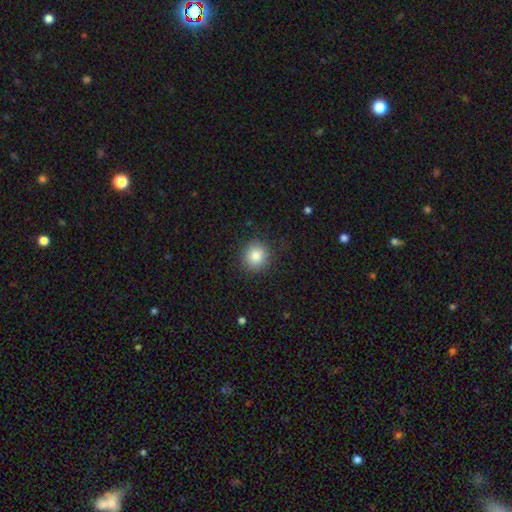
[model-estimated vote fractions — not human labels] Q: Smooth or featured?
A: smooth (85%); runner-up: star or artifact (9%)
Q: How rounded?
A: round (88%); runner-up: in between (11%)
Q: Merging?
A: none (88%); runner-up: minor disturbance (8%)